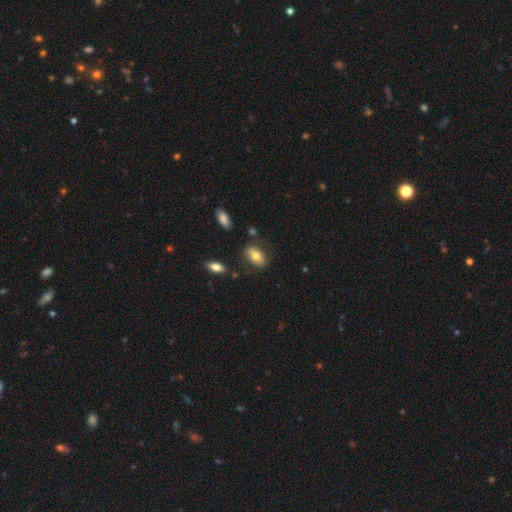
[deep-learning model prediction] smooth-or-featured: smooth: 71% | featured or disk: 21% | star or artifact: 8%
  how-rounded: in between: 89% | round: 8% | cigar-shaped: 3%
  merging: none: 73% | minor disturbance: 17% | major disturbance: 6% | merger: 4%